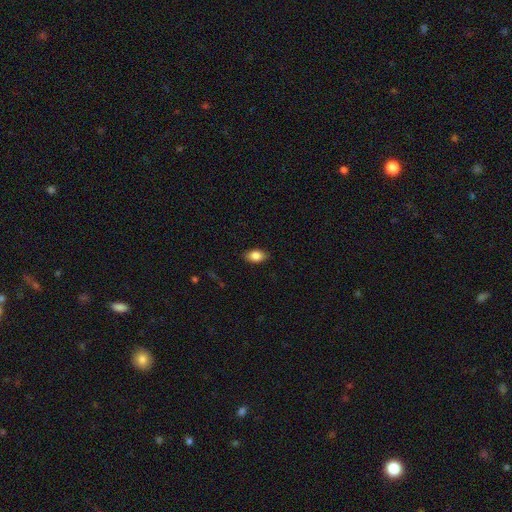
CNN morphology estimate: Smooth or featured? Predicted: smooth (p=0.83). How rounded? Predicted: in between (p=0.86). Merging? Predicted: none (p=0.86).